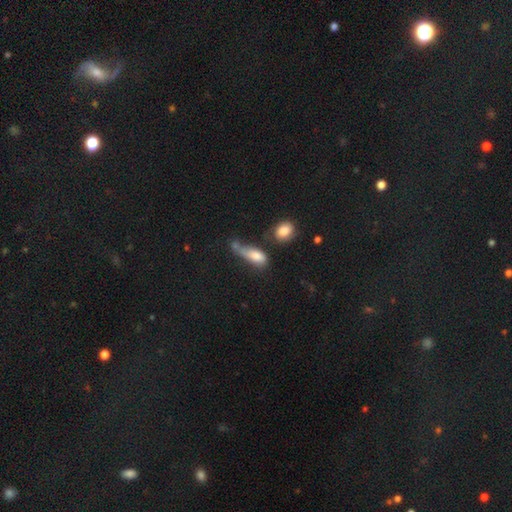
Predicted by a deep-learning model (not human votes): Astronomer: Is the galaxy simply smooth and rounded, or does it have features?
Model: smooth — 70%.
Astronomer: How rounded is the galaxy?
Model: in between — 72%.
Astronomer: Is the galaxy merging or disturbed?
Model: major disturbance — 30% (runner-up: merger, 26%).